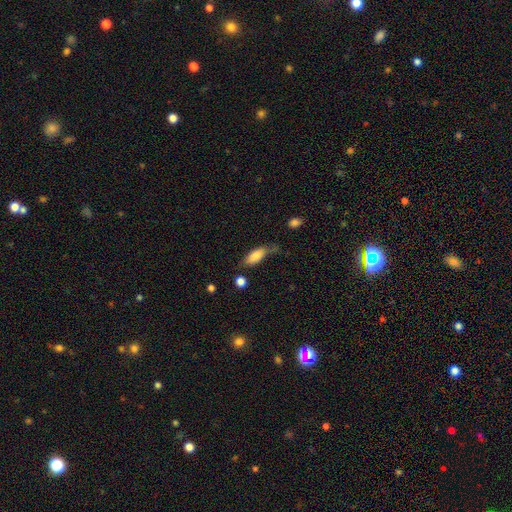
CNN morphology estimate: Smooth or featured? Predicted: smooth (p=0.79). How rounded? Predicted: in between (p=0.77). Merging? Predicted: none (p=0.50).